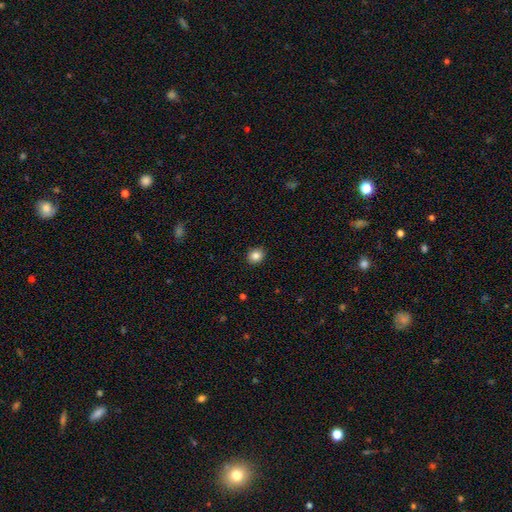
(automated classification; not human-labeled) Q: Smooth or featured?
A: smooth (85%); runner-up: star or artifact (10%)
Q: How rounded?
A: round (66%); runner-up: in between (33%)
Q: Merging?
A: none (91%); runner-up: minor disturbance (7%)